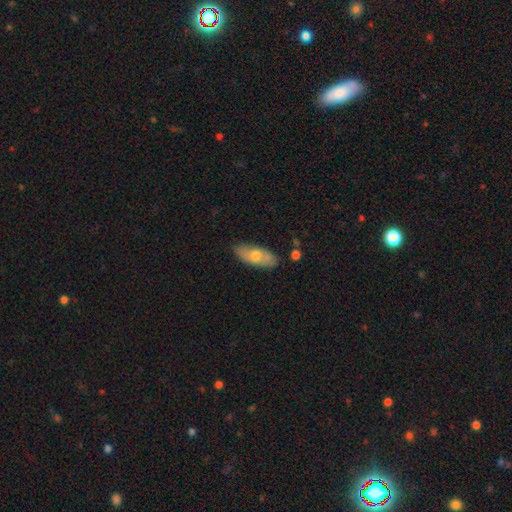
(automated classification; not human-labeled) This is likely a smooth galaxy (63%). How rounded: clearly in between (82%). Merging: likely none (77%).